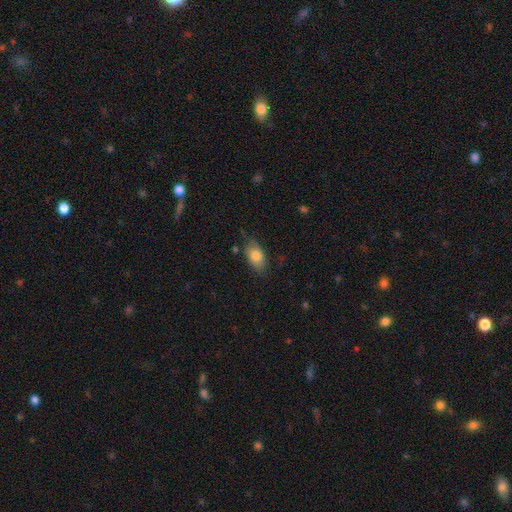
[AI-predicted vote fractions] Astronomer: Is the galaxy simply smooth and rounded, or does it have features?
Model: smooth — 79%.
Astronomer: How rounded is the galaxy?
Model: in between — 89%.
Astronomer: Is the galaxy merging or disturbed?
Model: none — 68%.